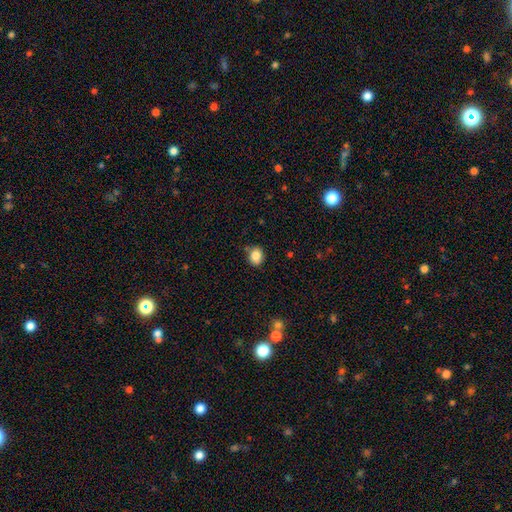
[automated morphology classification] smooth_or_featured: smooth (p=0.84) [alt: star or artifact p=0.10]
how_rounded: round (p=0.57) [alt: in between p=0.42]
merging: none (p=0.80) [alt: minor disturbance p=0.14]